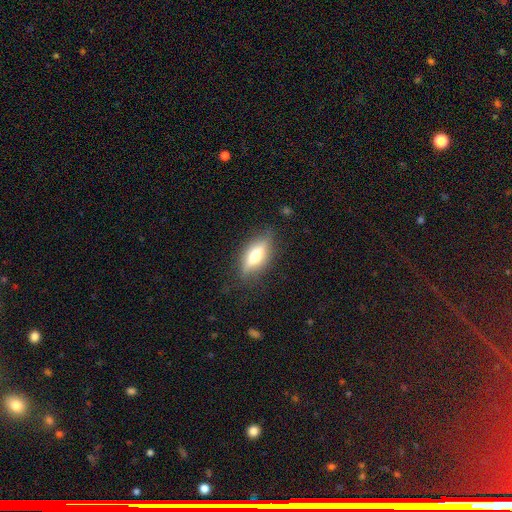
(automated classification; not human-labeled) smooth-or-featured: featured or disk: 48% | smooth: 44% | star or artifact: 7%
  merging: none: 79% | minor disturbance: 15% | major disturbance: 5% | merger: 1%